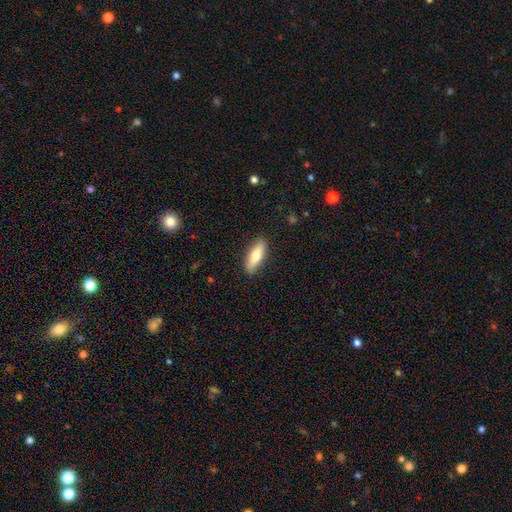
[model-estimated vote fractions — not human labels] Smooth or featured?
  - smooth: 71% *
  - featured or disk: 24%
  - star or artifact: 6%
How rounded?
  - in between: 60% *
  - cigar-shaped: 37%
  - round: 2%
Merging?
  - none: 88% *
  - minor disturbance: 9%
  - major disturbance: 2%
  - merger: 1%